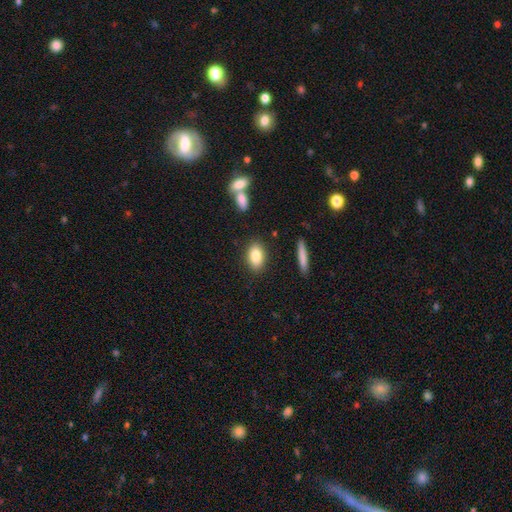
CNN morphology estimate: Q: Smooth or featured?
A: smooth (84%); runner-up: featured or disk (8%)
Q: How rounded?
A: in between (86%); runner-up: round (9%)
Q: Merging?
A: none (85%); runner-up: minor disturbance (9%)